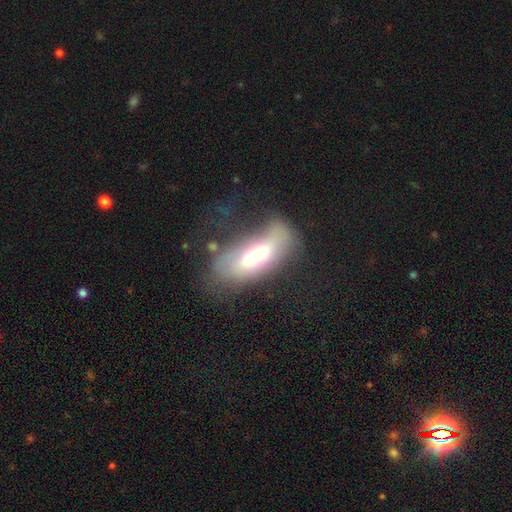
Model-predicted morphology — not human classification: This appears to be a smooth galaxy with no disk features (55%) that is in between round and cigar-shaped (71%). Merging: none (39%).